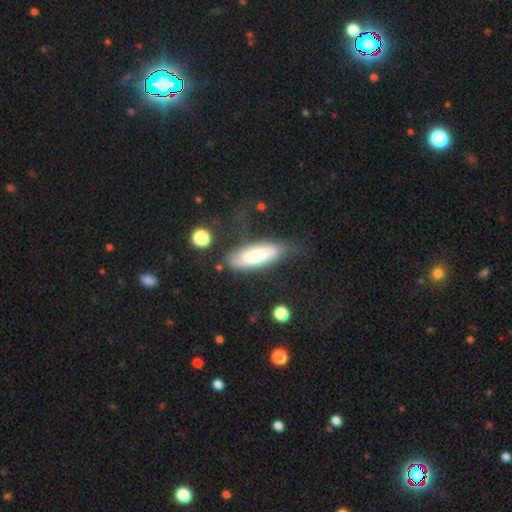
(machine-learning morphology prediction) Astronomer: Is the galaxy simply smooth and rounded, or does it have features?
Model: smooth — 56% (runner-up: featured or disk, 37%).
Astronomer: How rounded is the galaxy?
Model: in between — 66%.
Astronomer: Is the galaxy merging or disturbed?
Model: none — 51% (runner-up: minor disturbance, 27%).